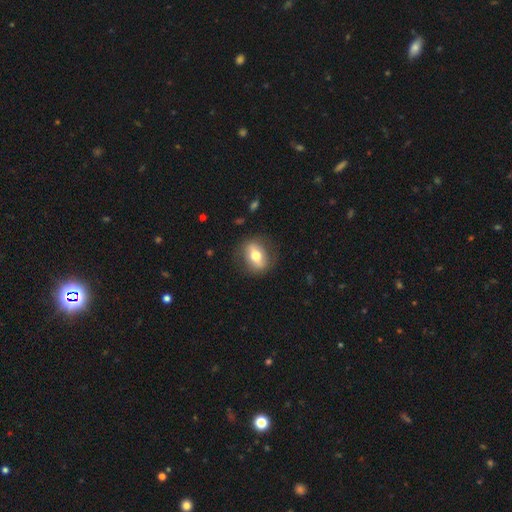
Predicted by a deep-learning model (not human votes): A smooth galaxy with no disk features (58%) that is in between round and cigar-shaped (66%). Merging: none (80%).